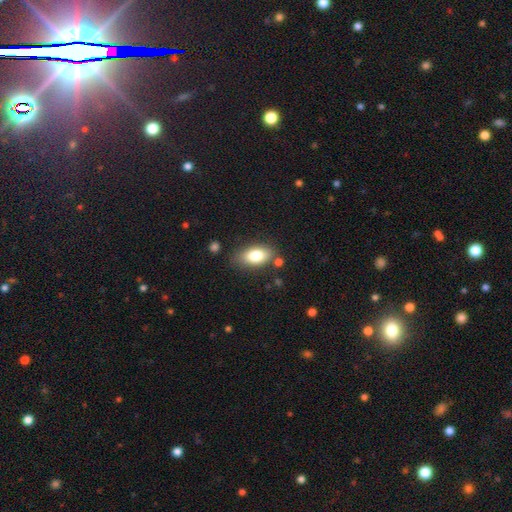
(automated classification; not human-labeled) Overall: smooth (80%). How rounded: in between (90%). Merging: none (78%).